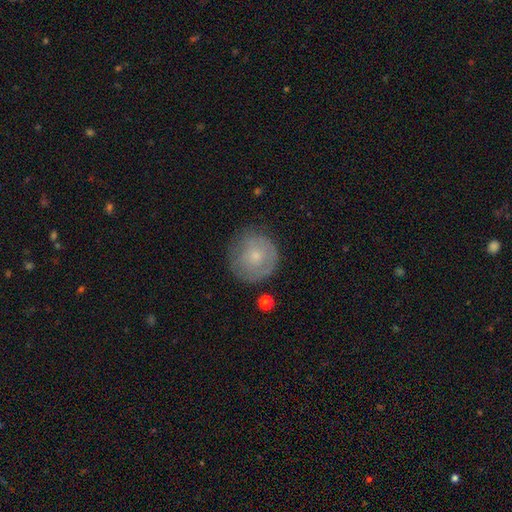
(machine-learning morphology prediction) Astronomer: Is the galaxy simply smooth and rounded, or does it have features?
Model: smooth — 59%.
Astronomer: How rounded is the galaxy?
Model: round — 93%.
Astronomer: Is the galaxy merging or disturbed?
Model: none — 73%.